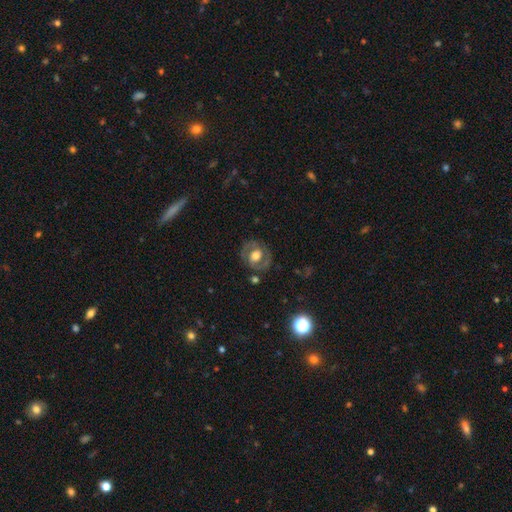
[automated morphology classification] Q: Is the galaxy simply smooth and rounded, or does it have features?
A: featured or disk — 57%.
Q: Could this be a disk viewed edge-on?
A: no — 96%.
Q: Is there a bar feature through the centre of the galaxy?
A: no — 59%.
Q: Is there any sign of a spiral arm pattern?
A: no — 52%.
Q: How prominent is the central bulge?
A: moderate — 51%.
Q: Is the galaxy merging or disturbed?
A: none — 77%.